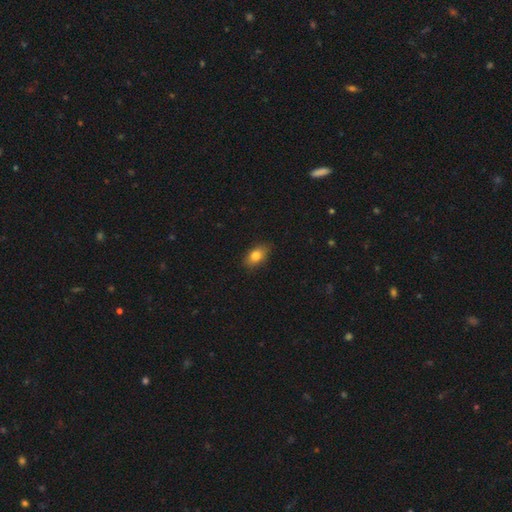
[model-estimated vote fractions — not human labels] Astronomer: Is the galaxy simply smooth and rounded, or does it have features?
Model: smooth — 81%.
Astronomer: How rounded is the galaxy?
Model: in between — 83%.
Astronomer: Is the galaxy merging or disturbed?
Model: none — 85%.